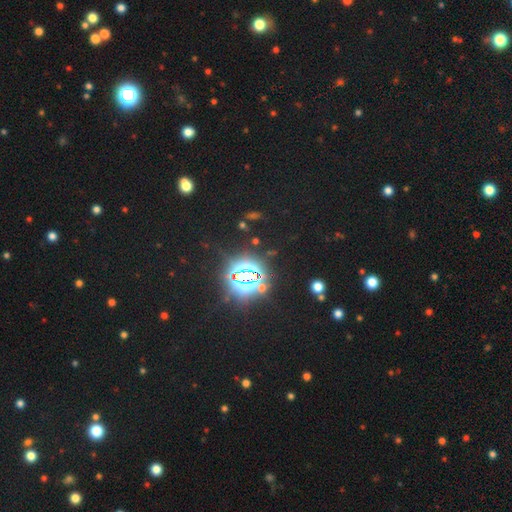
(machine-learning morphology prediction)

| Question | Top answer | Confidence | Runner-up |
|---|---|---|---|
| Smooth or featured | star or artifact | 84% | smooth (10%) |